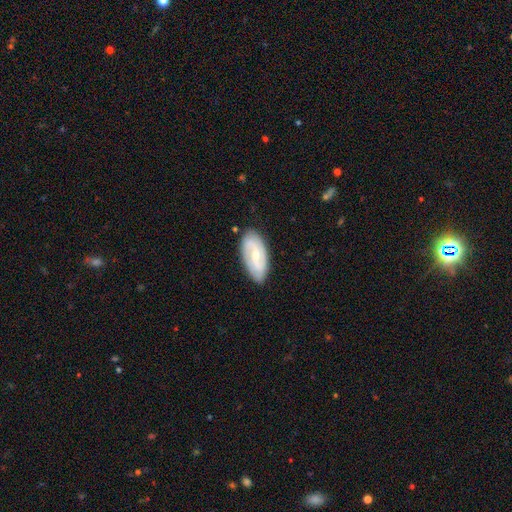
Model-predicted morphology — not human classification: A featured or disk galaxy (74%) with a weak bar (52%), 2 (82%) medium (43%) spiral arms (91%) and a small central bulge (52%).

Vote fractions:
- Smooth or featured? featured or disk: 74% / smooth: 21% / star or artifact: 5%
- Edge-on disk? no: 94% / yes: 6%
- Bar? weak: 52% / no: 26% / strong: 22%
- Spiral arms? yes: 91% / no: 9%
- Spiral winding? medium: 43% / tight: 36% / loose: 21%
- Spiral arm count? 2: 82% / can't tell: 10% / 3: 3% / 1: 2% / 4: 1% / more than 4: 1%
- Bulge size? small: 52% / moderate: 42% / none: 4% / large: 2% / dominant: 1%
- Merging? none: 83% / minor disturbance: 13% / major disturbance: 3% / merger: 1%